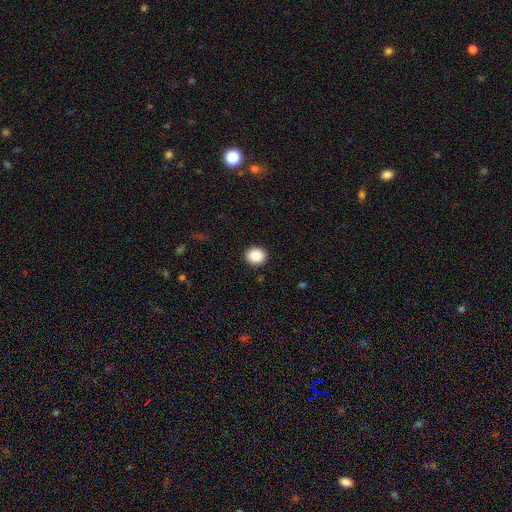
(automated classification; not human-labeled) This appears to be a smooth galaxy with no disk features (89%) that is round (83%). Merging: none (91%).